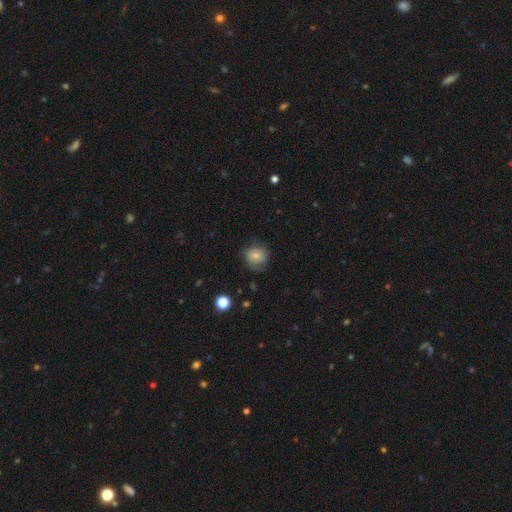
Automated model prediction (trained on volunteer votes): Morphology: type=smooth (72%); roundness=round (85%); merging=none (70%).